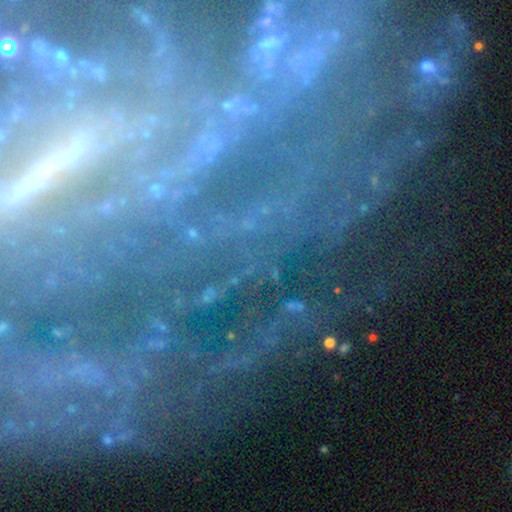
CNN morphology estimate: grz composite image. It shows a featured or disk galaxy (67%) with a strong bar (42%), tight (70%) spiral arms (88%) and a small central bulge (61%). Merging: none (67%).